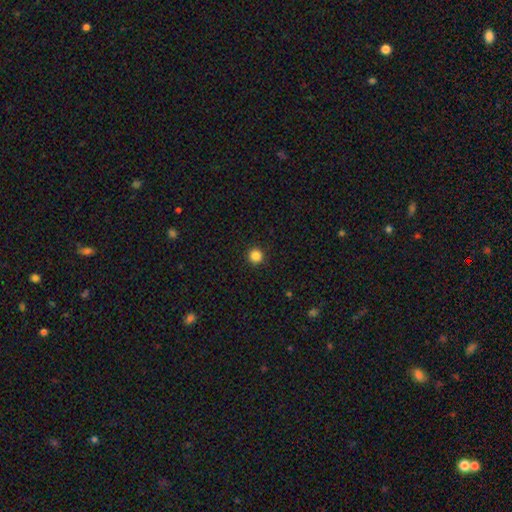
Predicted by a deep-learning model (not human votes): smooth_or_featured: smooth (p=0.85) [alt: star or artifact p=0.12]
how_rounded: round (p=0.96) [alt: in between p=0.03]
merging: none (p=0.93) [alt: minor disturbance p=0.04]